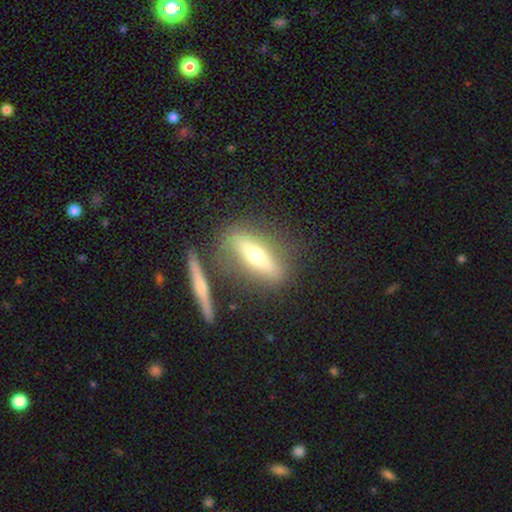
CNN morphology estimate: Q: Smooth or featured?
A: featured or disk (53%); runner-up: smooth (39%)
Q: Edge-on disk?
A: yes (83%); runner-up: no (17%)
Q: Merging?
A: none (73%); runner-up: minor disturbance (12%)